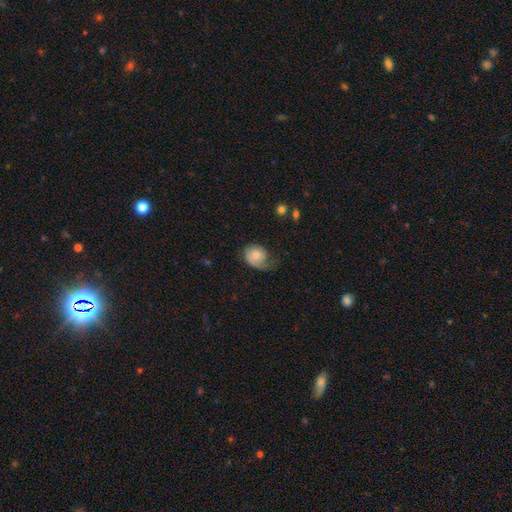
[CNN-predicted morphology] A featured or disk galaxy (48%). Merging: none (39%).